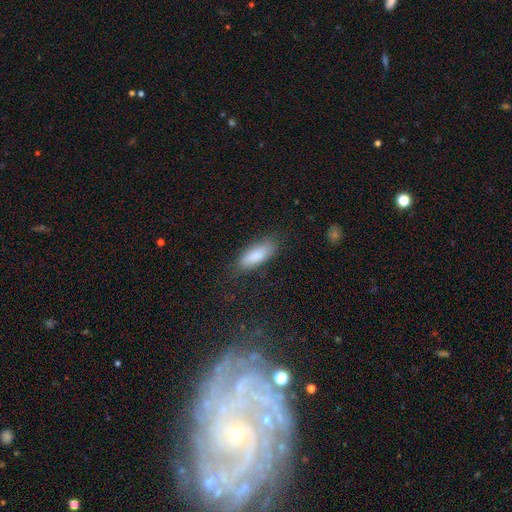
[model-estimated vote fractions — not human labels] Morphology: type=smooth (86%); roundness=in between (67%); merging=none (78%).